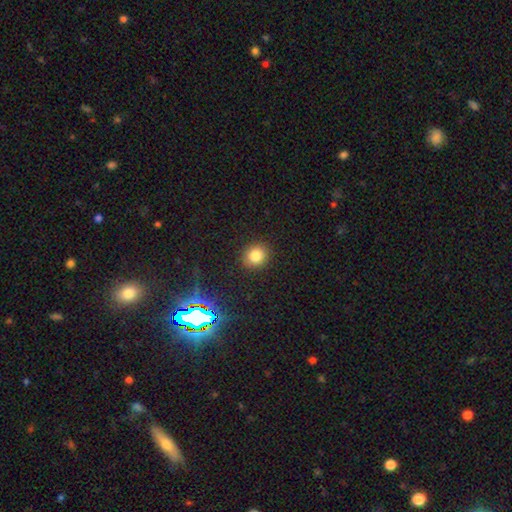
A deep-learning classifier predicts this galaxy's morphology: type=smooth (80%); roundness=round (82%); merging=none (90%).